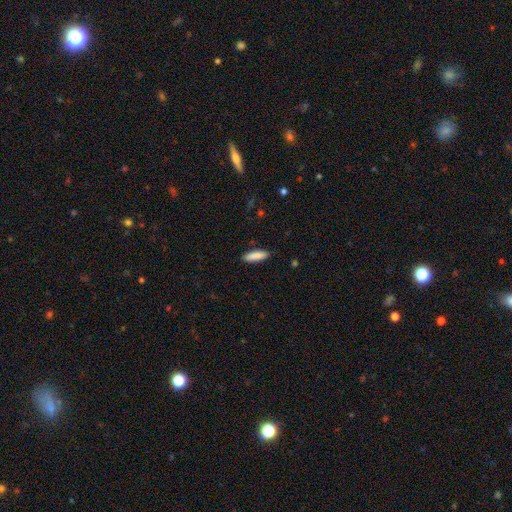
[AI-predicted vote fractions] Smooth or featured: smooth — 88% (featured or disk — 6%)
How rounded: cigar-shaped — 54% (in between — 44%)
Merging: none — 88% (minor disturbance — 9%)